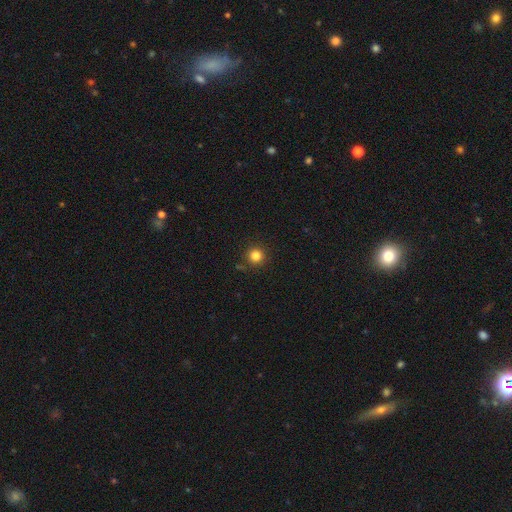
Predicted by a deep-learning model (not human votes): Overall: smooth (83%). How rounded: round (95%). Merging: none (89%).